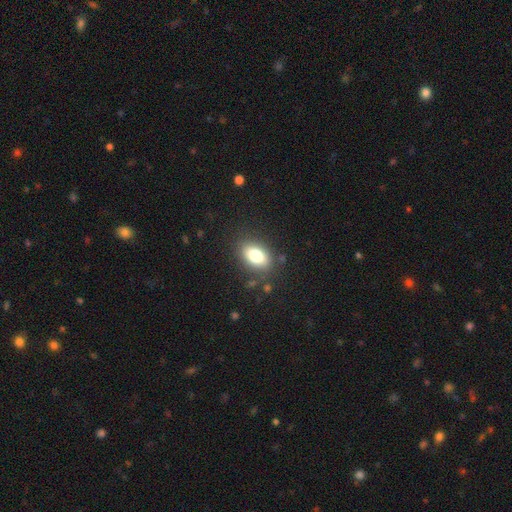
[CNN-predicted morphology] This appears to be a smooth galaxy with no disk features (78%) that is in between round and cigar-shaped (84%). Merging: none (83%).